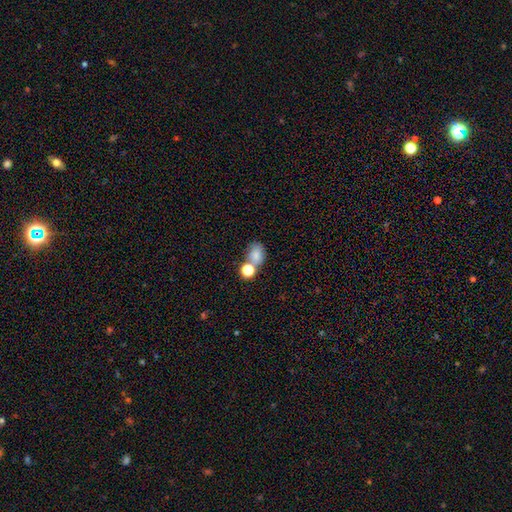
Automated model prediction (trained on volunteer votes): This appears to be a smooth galaxy with no disk features (77%) that is in between round and cigar-shaped (66%). Merging: none (47%).